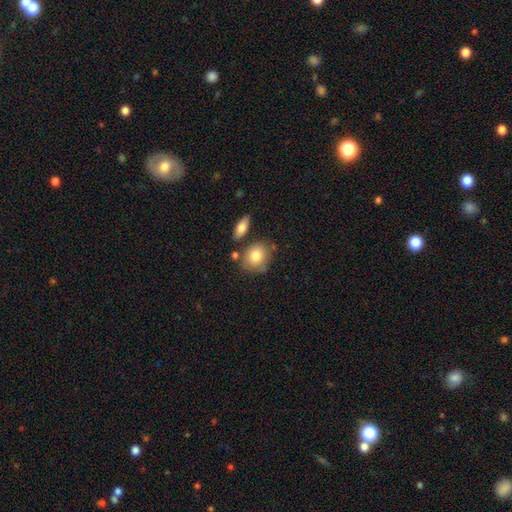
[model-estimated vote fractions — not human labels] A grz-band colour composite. It shows a smooth galaxy with no disk features (80%) that is round (60%). Merging: none (67%).